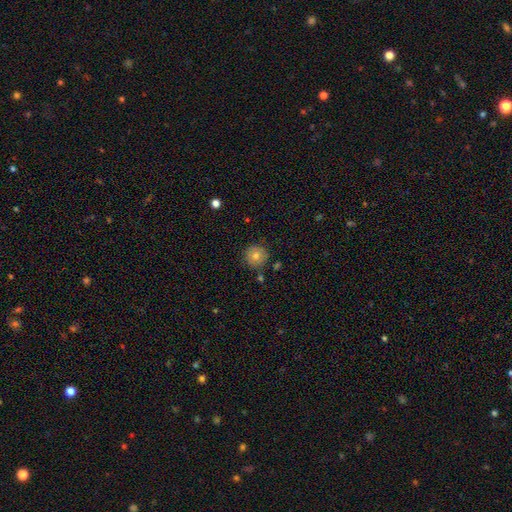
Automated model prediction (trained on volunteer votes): smooth 76%, featured or disk 12%, star or artifact 12%. Down the decision tree: how rounded — round (96%); merging — none (86%).